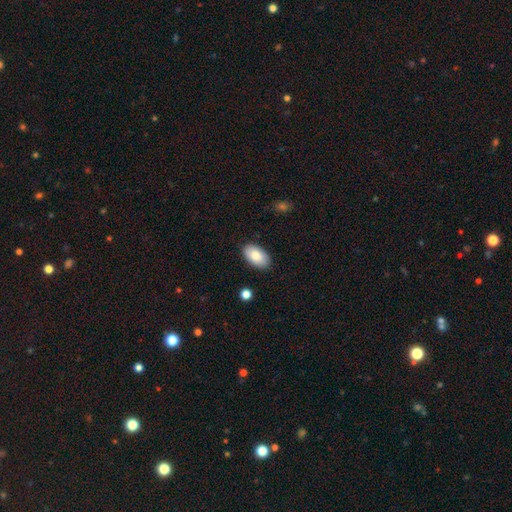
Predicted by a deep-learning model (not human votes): This is clearly a smooth galaxy (84%). How rounded: clearly in between (95%). Merging: clearly none (87%).